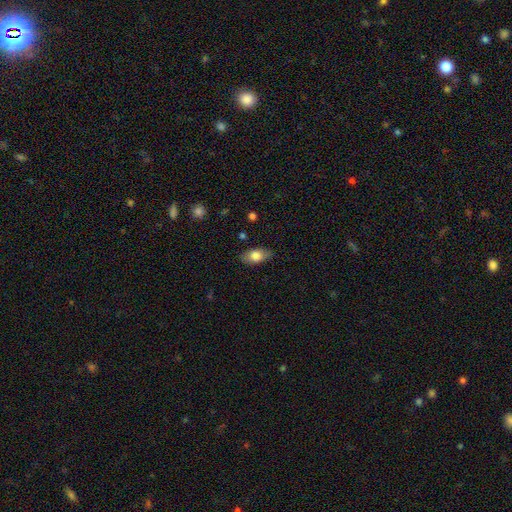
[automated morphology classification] The model was most divided on "smooth or featured": smooth: 77%, featured or disk: 17%, star or artifact: 7%. More confident: how rounded — in between (89%); merging — none (84%).